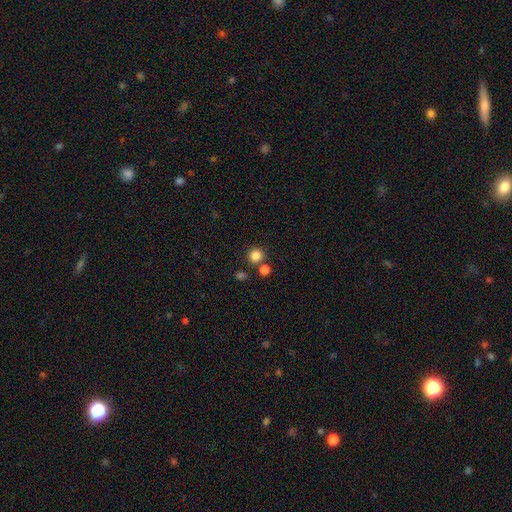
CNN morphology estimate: A smooth galaxy with no disk features (83%) that is round (90%).

Vote fractions:
- Smooth or featured? smooth: 83% / star or artifact: 13% / featured or disk: 4%
- How rounded? round: 90% / in between: 9% / cigar-shaped: 1%
- Merging? none: 77% / merger: 13% / minor disturbance: 8% / major disturbance: 3%